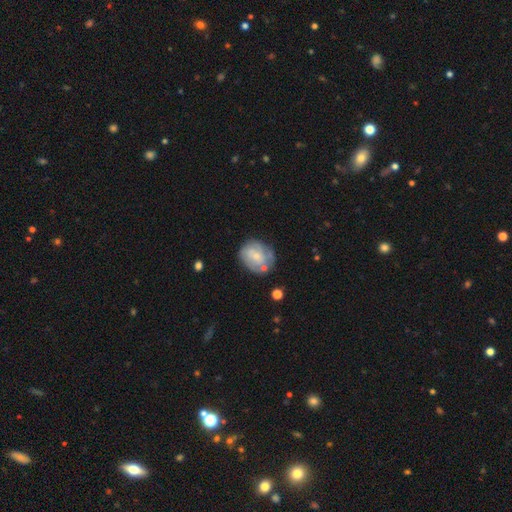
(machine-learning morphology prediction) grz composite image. It shows a featured or disk galaxy (48%). Merging: none (60%).